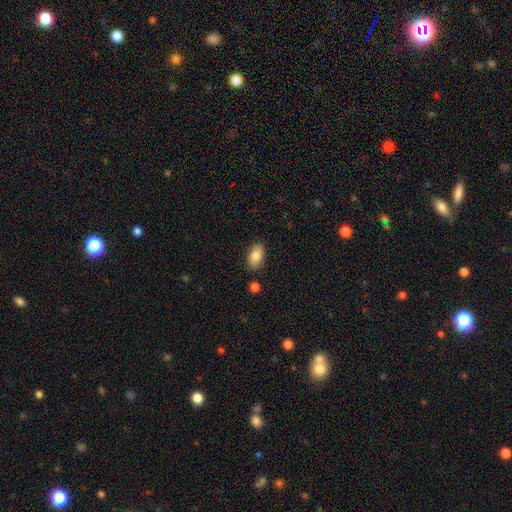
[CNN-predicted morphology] Smooth or featured? smooth (84%)
How rounded? in between (93%)
Merging? none (86%)